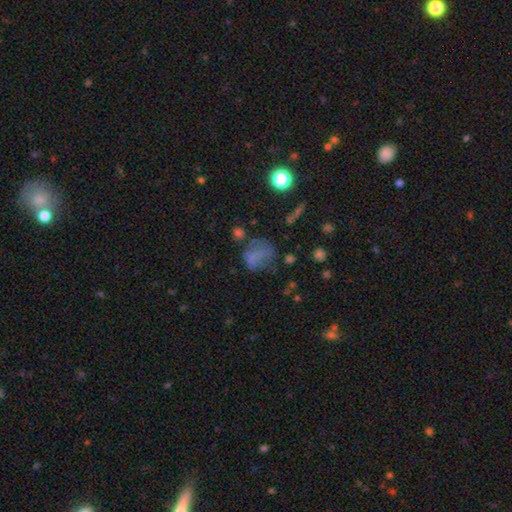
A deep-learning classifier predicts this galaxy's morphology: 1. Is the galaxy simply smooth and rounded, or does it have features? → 55% smooth, 23% featured or disk, 22% star or artifact.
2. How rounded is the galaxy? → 51% round, 47% in between, 2% cigar-shaped.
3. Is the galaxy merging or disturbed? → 44% none, 25% major disturbance, 24% minor disturbance, 8% merger.